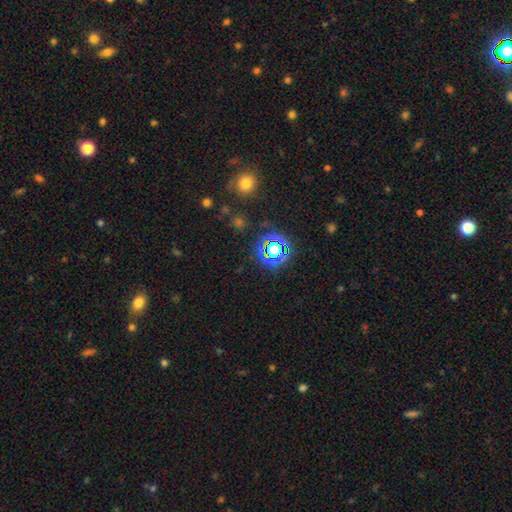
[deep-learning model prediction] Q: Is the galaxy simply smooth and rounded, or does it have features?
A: star or artifact — 63%.